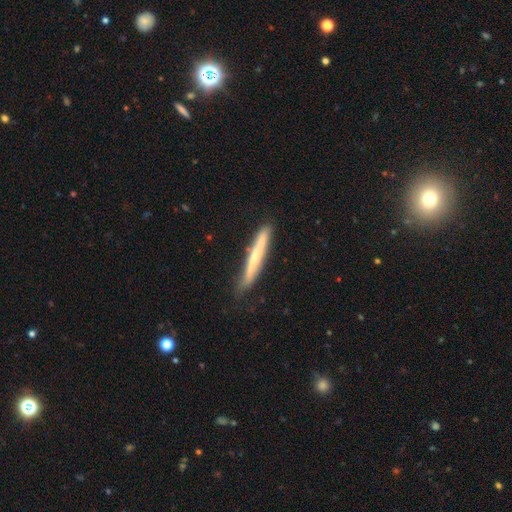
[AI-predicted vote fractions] This appears to be a featured or disk galaxy (56%) viewed edge-on (93%) with a rounded central bulge (61%). Merging: none (81%).